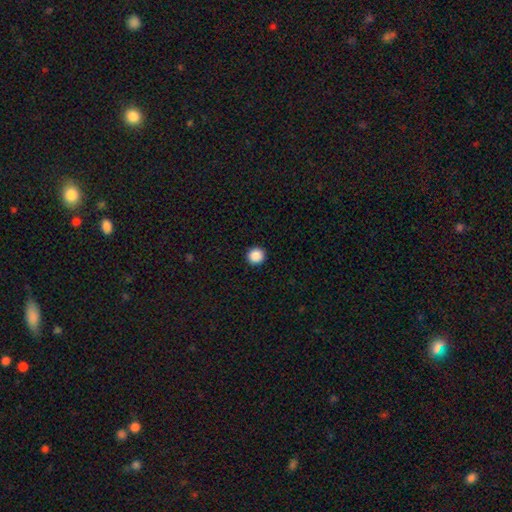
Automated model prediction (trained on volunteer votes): Smooth or featured? Predicted: smooth (p=0.88). How rounded? Predicted: round (p=0.95). Merging? Predicted: none (p=0.93).